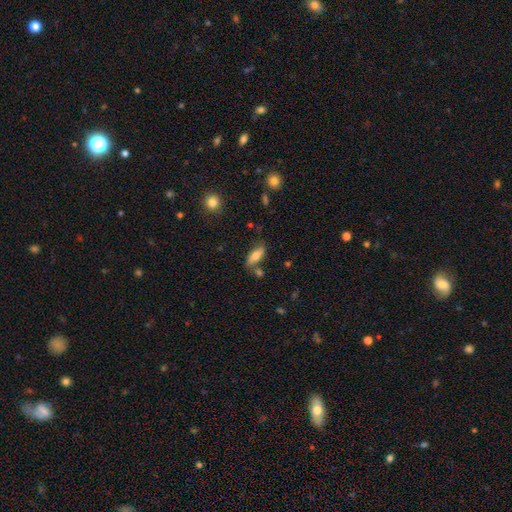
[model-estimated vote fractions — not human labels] Smooth or featured? Predicted: smooth (p=0.75). How rounded? Predicted: in between (p=0.72). Merging? Predicted: none (p=0.67).